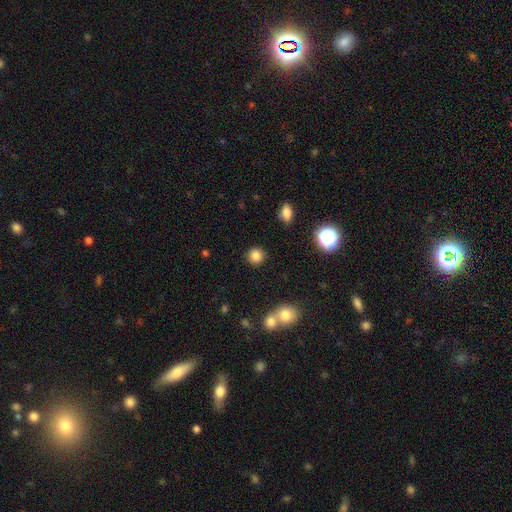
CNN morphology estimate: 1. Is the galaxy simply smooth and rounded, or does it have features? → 83% smooth, 13% star or artifact, 4% featured or disk.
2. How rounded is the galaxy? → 91% round, 8% in between, 1% cigar-shaped.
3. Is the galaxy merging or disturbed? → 87% none, 7% minor disturbance, 4% merger, 2% major disturbance.